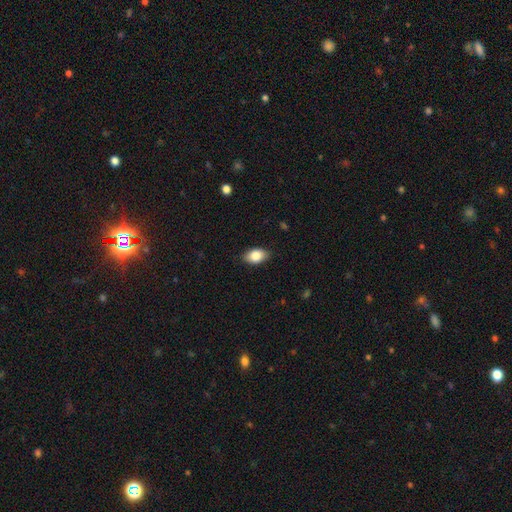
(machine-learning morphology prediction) smooth-or-featured: smooth: 85% | featured or disk: 8% | star or artifact: 7%
  how-rounded: in between: 90% | round: 9% | cigar-shaped: 2%
  merging: none: 87% | minor disturbance: 10% | major disturbance: 2% | merger: 1%